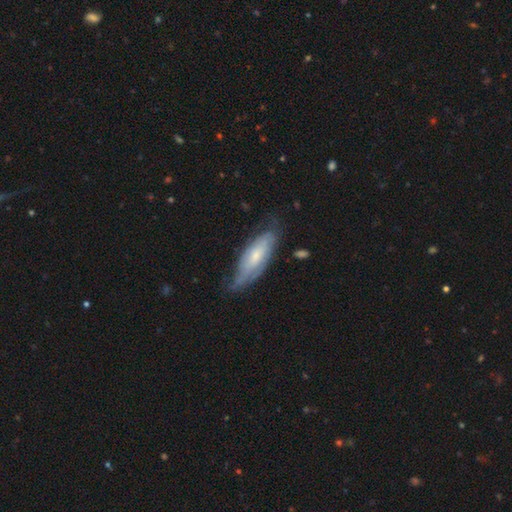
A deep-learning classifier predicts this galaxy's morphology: Smooth or featured? featured or disk (53%)
Edge-on disk? no (75%)
Merging? none (55%)